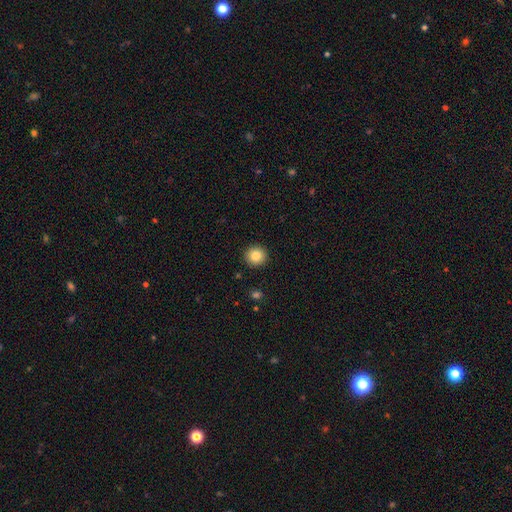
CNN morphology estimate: smooth_or_featured: smooth (p=0.84) [alt: star or artifact p=0.10]
how_rounded: round (p=0.93) [alt: in between p=0.06]
merging: none (p=0.92) [alt: minor disturbance p=0.05]